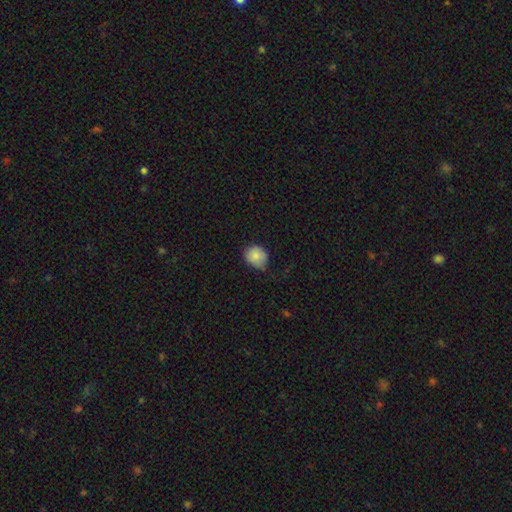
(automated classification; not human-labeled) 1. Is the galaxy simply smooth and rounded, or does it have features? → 84% smooth, 8% star or artifact, 7% featured or disk.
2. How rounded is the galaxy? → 71% round, 28% in between, 1% cigar-shaped.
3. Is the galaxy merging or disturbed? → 66% none, 29% minor disturbance, 4% major disturbance, 1% merger.